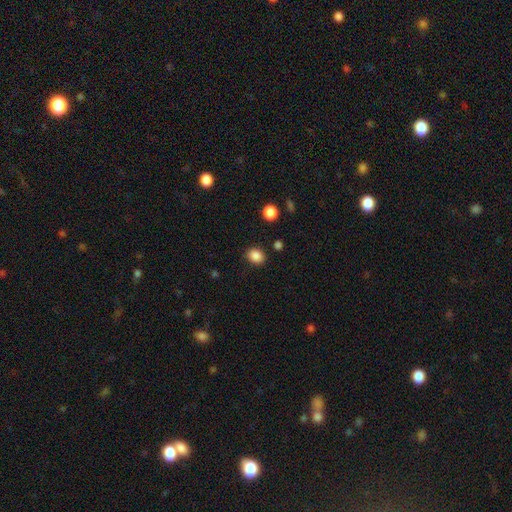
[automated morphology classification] Overall: smooth (87%). How rounded: in between (53%; round 47%). Merging: none (85%).